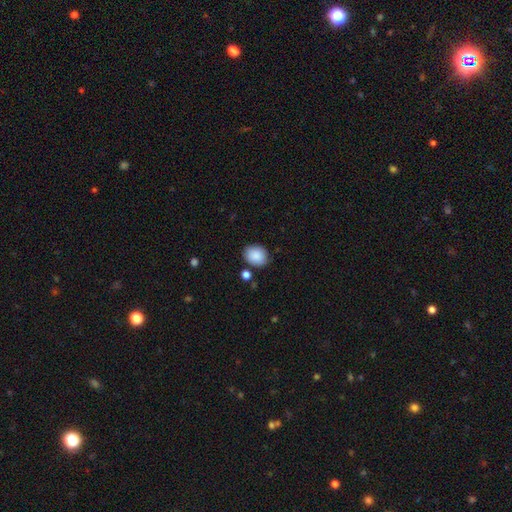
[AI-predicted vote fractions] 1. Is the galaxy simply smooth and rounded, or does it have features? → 88% smooth, 7% star or artifact, 5% featured or disk.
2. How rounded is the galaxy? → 50% round, 49% in between, 1% cigar-shaped.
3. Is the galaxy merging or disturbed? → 80% none, 12% minor disturbance, 4% merger, 3% major disturbance.